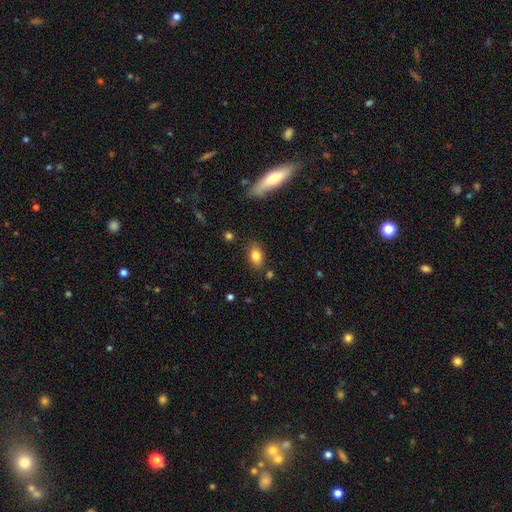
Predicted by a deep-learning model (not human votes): Smooth or featured?
  - smooth: 82% *
  - featured or disk: 10%
  - star or artifact: 9%
How rounded?
  - in between: 86% *
  - round: 10%
  - cigar-shaped: 3%
Merging?
  - none: 83% *
  - minor disturbance: 11%
  - merger: 3%
  - major disturbance: 3%